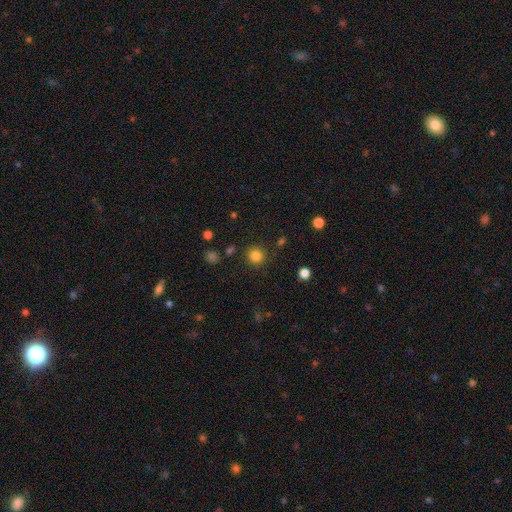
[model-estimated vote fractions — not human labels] Smooth or featured: smooth — 83% (star or artifact — 13%)
How rounded: round — 93% (in between — 6%)
Merging: none — 88% (minor disturbance — 7%)